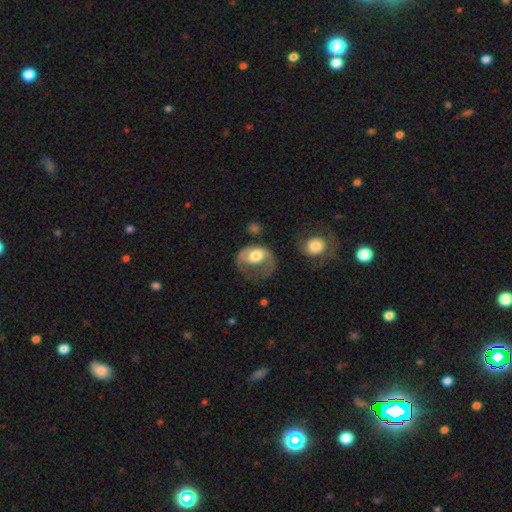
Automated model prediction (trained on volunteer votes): This appears to be a featured or disk galaxy (51%). Merging: major disturbance (47%).